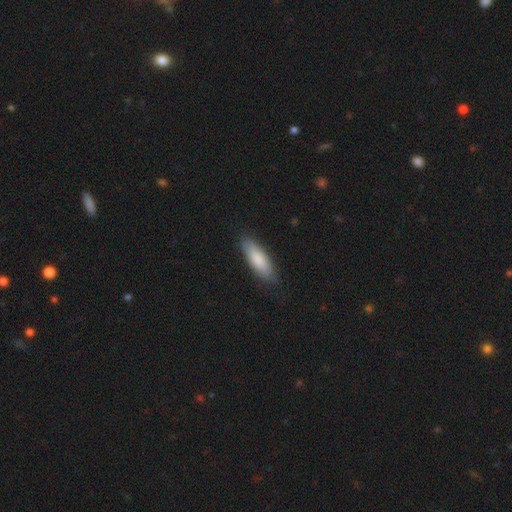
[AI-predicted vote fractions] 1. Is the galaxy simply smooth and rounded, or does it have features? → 82% smooth, 12% featured or disk, 6% star or artifact.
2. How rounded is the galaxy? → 50% in between, 48% cigar-shaped, 2% round.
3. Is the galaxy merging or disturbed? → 86% none, 11% minor disturbance, 2% major disturbance, 1% merger.